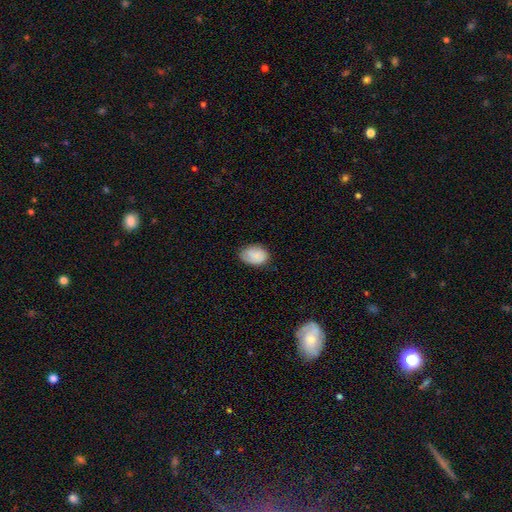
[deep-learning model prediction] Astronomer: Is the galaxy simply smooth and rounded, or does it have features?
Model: smooth — 83%.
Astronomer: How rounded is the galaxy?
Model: in between — 82%.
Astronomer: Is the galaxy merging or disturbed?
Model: none — 72%.